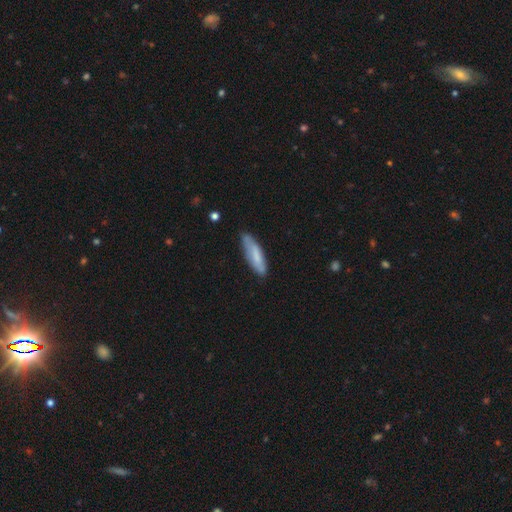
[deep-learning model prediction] A smooth galaxy with no disk features (72%) that is cigar-shaped (65%).

Vote fractions:
- Smooth or featured? smooth: 72% / featured or disk: 22% / star or artifact: 6%
- How rounded? cigar-shaped: 65% / in between: 34% / round: 1%
- Merging? none: 72% / minor disturbance: 22% / major disturbance: 4% / merger: 2%